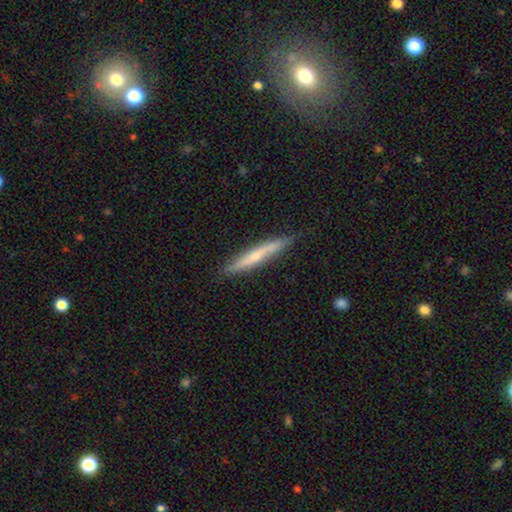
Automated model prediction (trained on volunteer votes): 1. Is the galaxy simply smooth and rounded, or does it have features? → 48% featured or disk, 47% smooth, 6% star or artifact.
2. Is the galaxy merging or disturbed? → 82% none, 14% minor disturbance, 2% major disturbance, 1% merger.